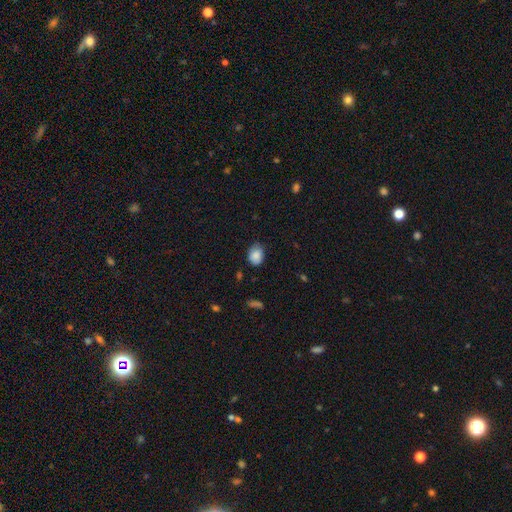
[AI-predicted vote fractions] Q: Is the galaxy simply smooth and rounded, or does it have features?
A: smooth — 85%.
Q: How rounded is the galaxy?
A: in between — 61%.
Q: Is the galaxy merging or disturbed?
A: none — 69%.